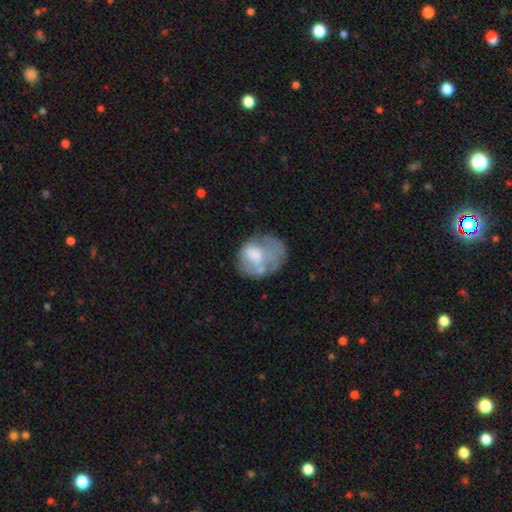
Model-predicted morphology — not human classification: The model was most divided on "merging": none: 35%, major disturbance: 31%, minor disturbance: 25%, merger: 9%. More confident: how rounded — round (53%); smooth or featured — smooth (51%).